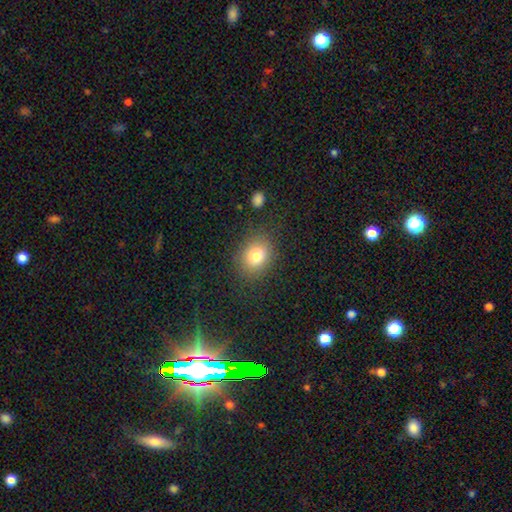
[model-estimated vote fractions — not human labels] Q: Smooth or featured?
A: smooth (78%); runner-up: star or artifact (11%)
Q: How rounded?
A: in between (52%); runner-up: round (47%)
Q: Merging?
A: none (82%); runner-up: minor disturbance (12%)